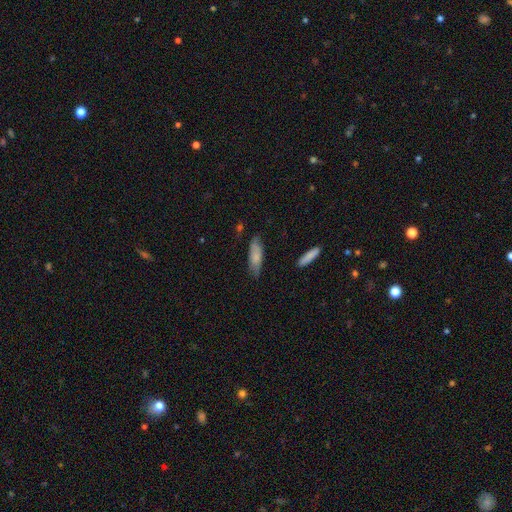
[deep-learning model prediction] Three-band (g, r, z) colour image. It shows a smooth galaxy with no disk features (71%) that is in between round and cigar-shaped (53%). Merging: none (71%).